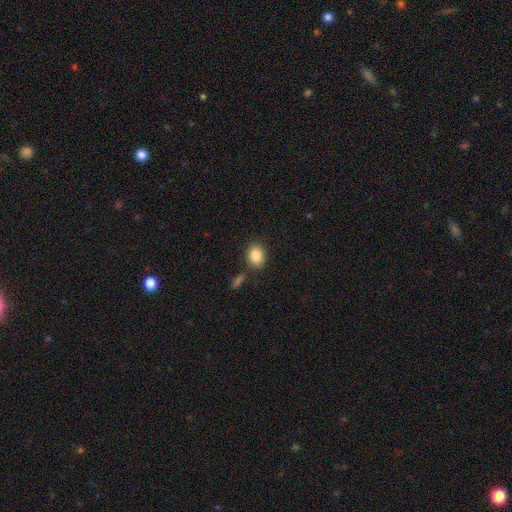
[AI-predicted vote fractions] Q: Smooth or featured?
A: smooth (85%); runner-up: star or artifact (8%)
Q: How rounded?
A: in between (53%); runner-up: round (45%)
Q: Merging?
A: none (81%); runner-up: minor disturbance (10%)